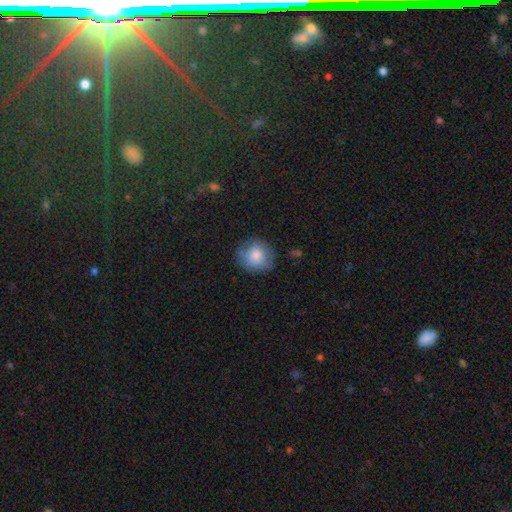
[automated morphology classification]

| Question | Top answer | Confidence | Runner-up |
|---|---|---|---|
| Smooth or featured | smooth | 77% | featured or disk (15%) |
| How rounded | round | 82% | in between (17%) |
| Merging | none | 71% | minor disturbance (22%) |